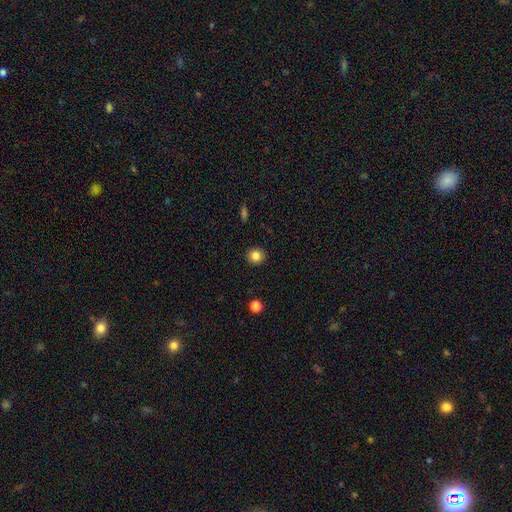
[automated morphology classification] This is clearly a smooth galaxy (84%). How rounded: clearly round (87%). Merging: clearly none (91%).